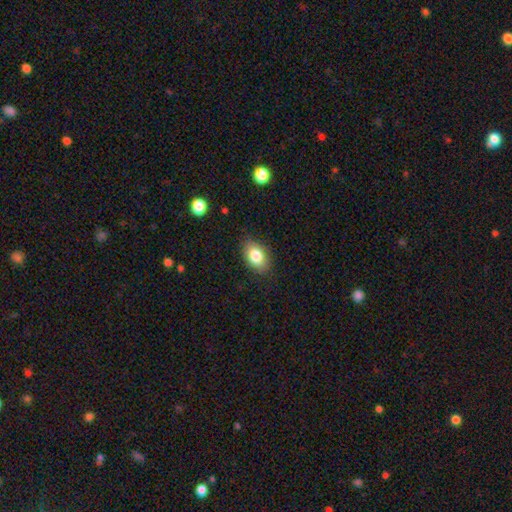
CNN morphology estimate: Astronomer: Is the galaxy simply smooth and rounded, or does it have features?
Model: smooth — 82%.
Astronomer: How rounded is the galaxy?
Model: in between — 84%.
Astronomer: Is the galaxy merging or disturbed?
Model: none — 82%.